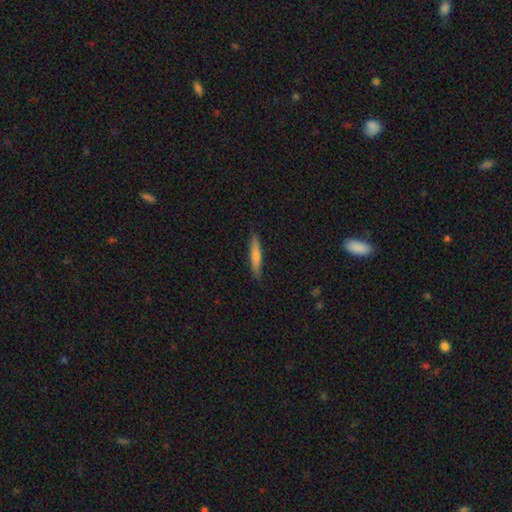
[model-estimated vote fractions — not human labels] Smooth or featured: smooth — 70% (featured or disk — 24%)
How rounded: cigar-shaped — 90% (in between — 8%)
Merging: none — 88% (minor disturbance — 9%)